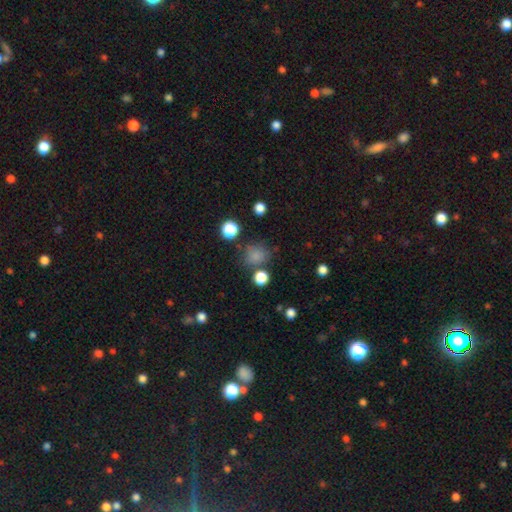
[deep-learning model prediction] A smooth galaxy with no disk features (78%) that is round (77%).

Vote fractions:
- Smooth or featured? smooth: 78% / star or artifact: 16% / featured or disk: 6%
- How rounded? round: 77% / in between: 22% / cigar-shaped: 1%
- Merging? none: 71% / minor disturbance: 15% / merger: 8% / major disturbance: 6%